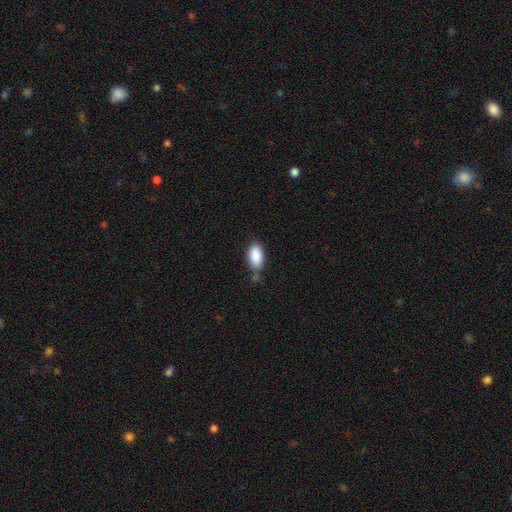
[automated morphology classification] Smooth or featured? Predicted: smooth (p=0.89). How rounded? Predicted: in between (p=0.94). Merging? Predicted: none (p=0.65).